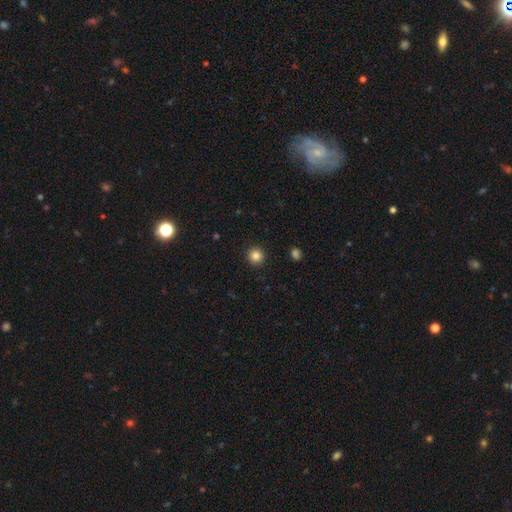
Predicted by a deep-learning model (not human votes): smooth_or_featured: smooth (p=0.85) [alt: star or artifact p=0.11]
how_rounded: round (p=0.94) [alt: in between p=0.05]
merging: none (p=0.93) [alt: minor disturbance p=0.05]